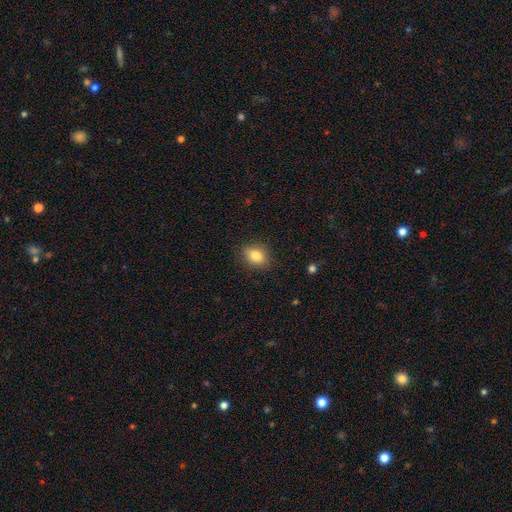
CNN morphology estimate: Smooth or featured: smooth — 83% (star or artifact — 10%)
How rounded: in between — 60% (round — 38%)
Merging: none — 85% (minor disturbance — 11%)